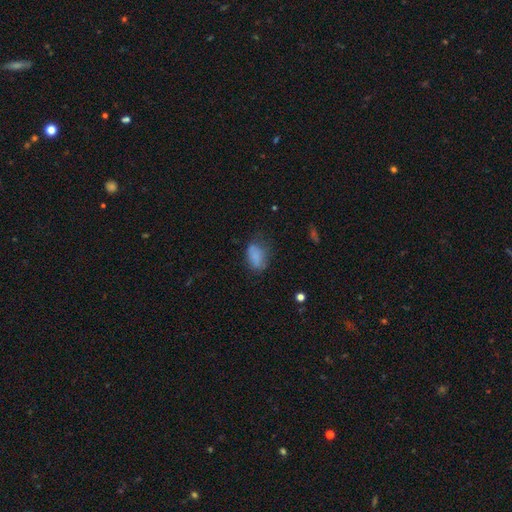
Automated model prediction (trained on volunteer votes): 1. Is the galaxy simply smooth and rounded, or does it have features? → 77% smooth, 12% featured or disk, 11% star or artifact.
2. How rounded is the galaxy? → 86% in between, 12% round, 2% cigar-shaped.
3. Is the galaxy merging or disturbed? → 52% none, 29% minor disturbance, 16% major disturbance, 3% merger.